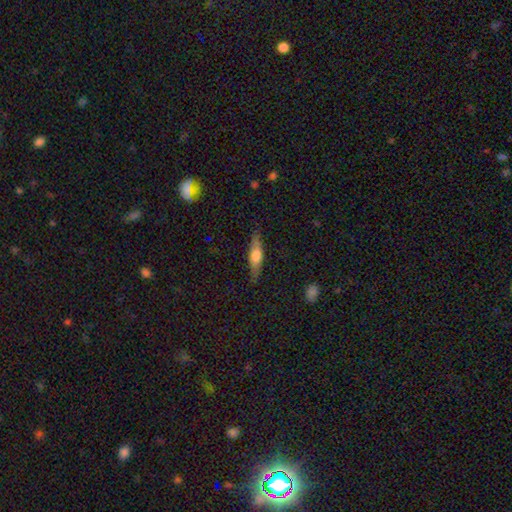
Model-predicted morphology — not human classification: Smooth or featured? smooth (48%)
Merging? none (85%)